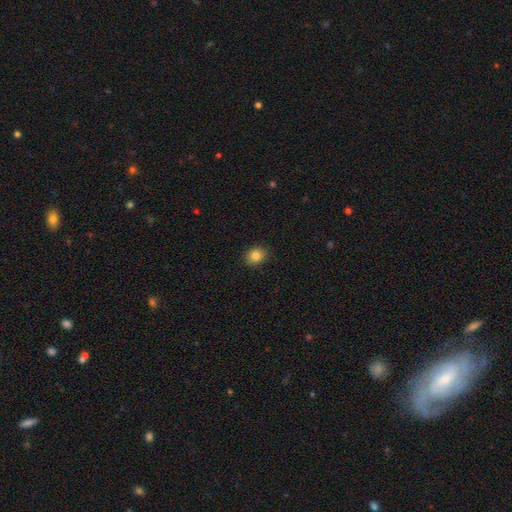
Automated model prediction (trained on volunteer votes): Smooth or featured? Predicted: smooth (p=0.83). How rounded? Predicted: round (p=0.59). Merging? Predicted: none (p=0.90).